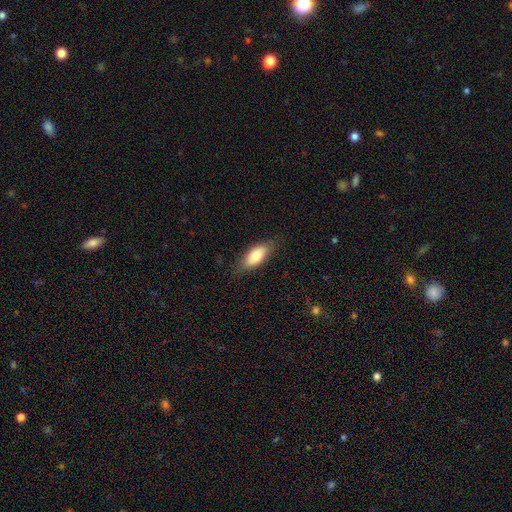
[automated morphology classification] This appears to be a smooth galaxy with no disk features (77%) that is in between round and cigar-shaped (82%). Merging: none (80%).